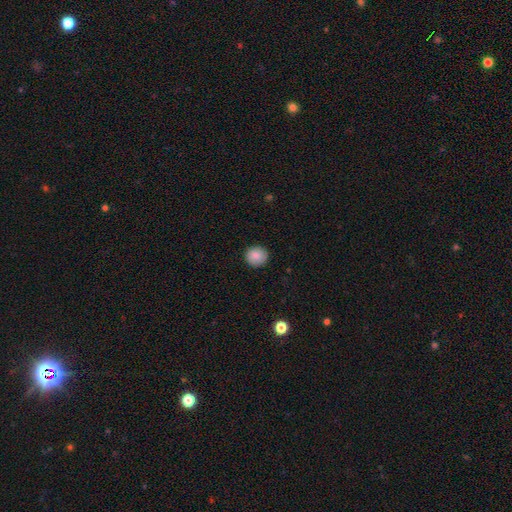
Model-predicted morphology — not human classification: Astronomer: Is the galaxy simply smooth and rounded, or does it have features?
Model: smooth — 87%.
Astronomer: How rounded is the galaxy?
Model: round — 89%.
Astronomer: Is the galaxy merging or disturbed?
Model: none — 90%.